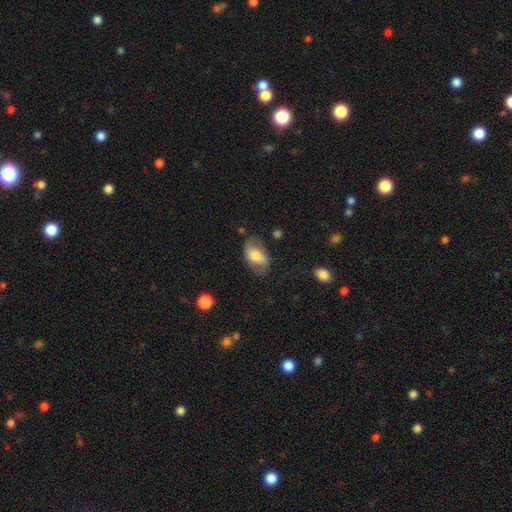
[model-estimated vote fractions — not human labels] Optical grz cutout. It shows a smooth galaxy with no disk features (53%) that is in between round and cigar-shaped (90%). Merging: none (64%).